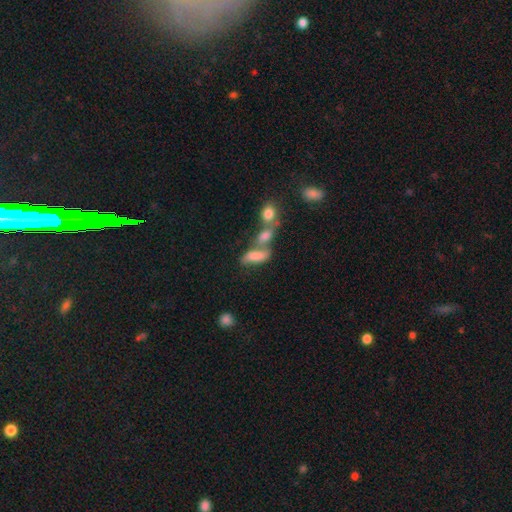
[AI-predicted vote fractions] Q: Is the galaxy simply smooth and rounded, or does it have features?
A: smooth — 67%.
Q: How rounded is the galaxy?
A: in between — 72%.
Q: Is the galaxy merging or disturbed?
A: merger — 52%.